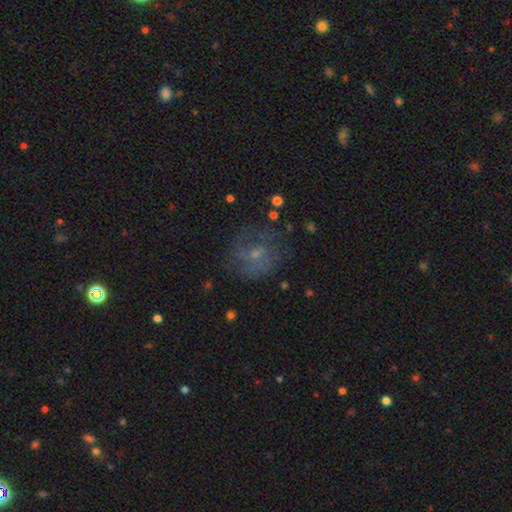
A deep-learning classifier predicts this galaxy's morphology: Smooth or featured? Predicted: featured or disk (p=0.53). Edge-on disk? Predicted: no (p=0.97). Bar? Predicted: no (p=0.63). Spiral arms? Predicted: yes (p=0.68). Bulge size? Predicted: small (p=0.59). Merging? Predicted: none (p=0.60).